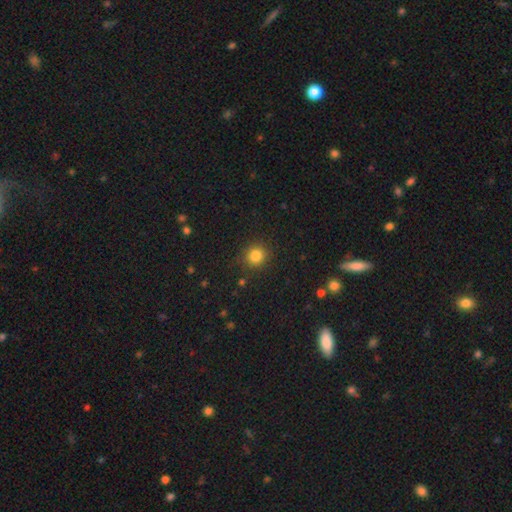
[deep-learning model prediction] Smooth or featured?
  - smooth: 82% *
  - star or artifact: 13%
  - featured or disk: 5%
How rounded?
  - round: 89% *
  - in between: 10%
  - cigar-shaped: 1%
Merging?
  - none: 89% *
  - minor disturbance: 7%
  - major disturbance: 3%
  - merger: 1%